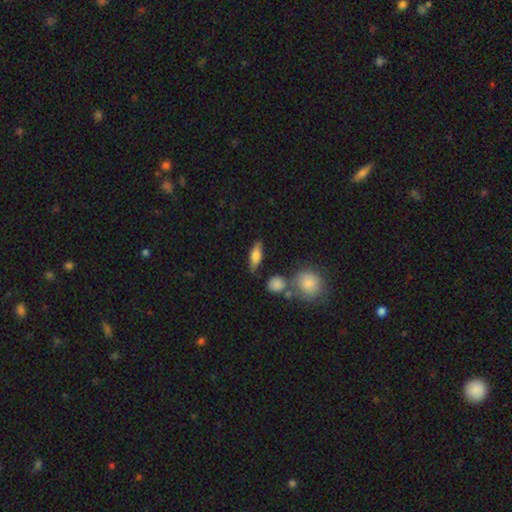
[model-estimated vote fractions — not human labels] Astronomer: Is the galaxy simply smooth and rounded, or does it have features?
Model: smooth — 65%.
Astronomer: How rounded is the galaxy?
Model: in between — 57% (runner-up: cigar-shaped, 37%).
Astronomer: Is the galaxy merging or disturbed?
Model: none — 77%.